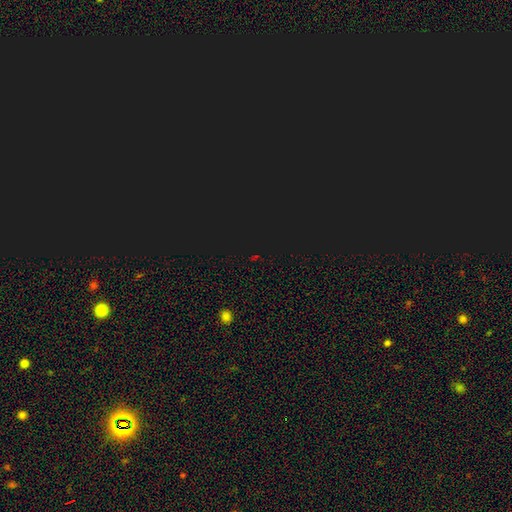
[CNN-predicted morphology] Overall: star or artifact (76%).